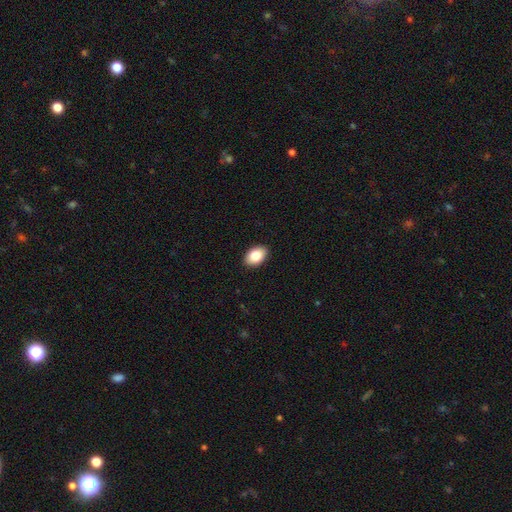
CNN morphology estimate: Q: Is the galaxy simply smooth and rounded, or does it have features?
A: smooth — 84%.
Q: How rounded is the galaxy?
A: in between — 89%.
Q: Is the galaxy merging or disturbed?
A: none — 91%.